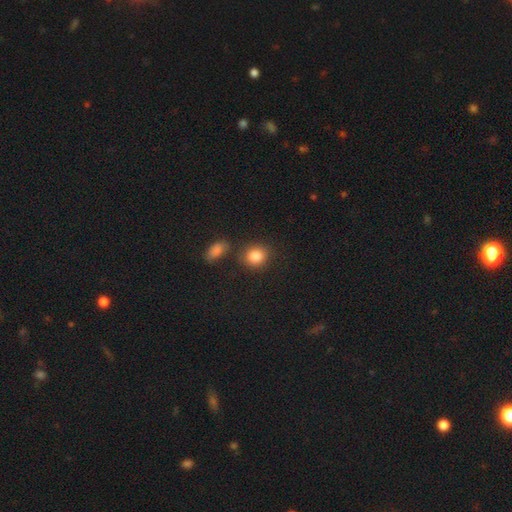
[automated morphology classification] A smooth galaxy with no disk features (86%) that is round (72%).

Vote fractions:
- Smooth or featured? smooth: 86% / star or artifact: 9% / featured or disk: 5%
- How rounded? round: 72% / in between: 26% / cigar-shaped: 1%
- Merging? none: 74% / minor disturbance: 12% / merger: 10% / major disturbance: 4%